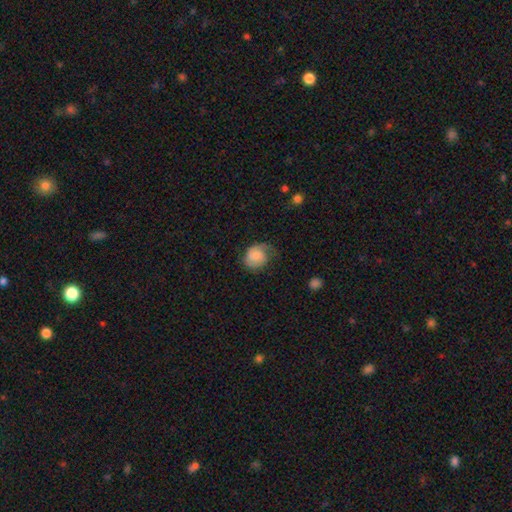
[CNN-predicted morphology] This is likely a smooth galaxy (61%). How rounded: possibly round (59%). Merging: marginally none (41%).